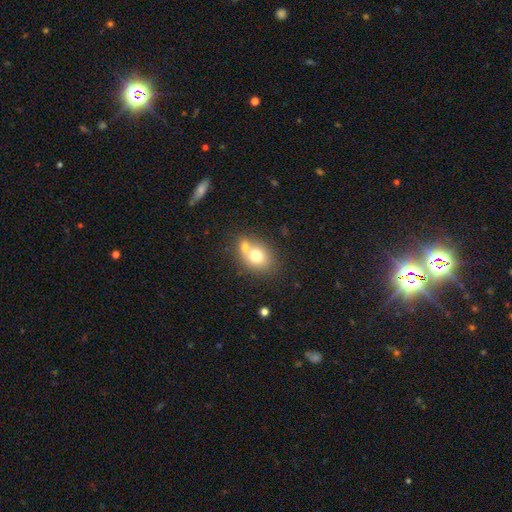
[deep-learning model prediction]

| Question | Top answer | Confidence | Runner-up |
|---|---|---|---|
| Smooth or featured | smooth | 71% | featured or disk (18%) |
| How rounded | in between | 53% | round (46%) |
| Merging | merger | 45% | none (41%) |